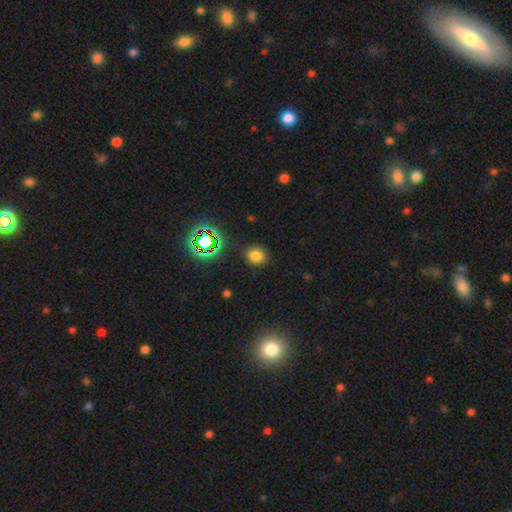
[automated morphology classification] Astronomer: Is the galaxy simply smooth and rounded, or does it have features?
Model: smooth — 74%.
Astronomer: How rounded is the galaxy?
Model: round — 68%.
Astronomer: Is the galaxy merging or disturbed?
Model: none — 85%.